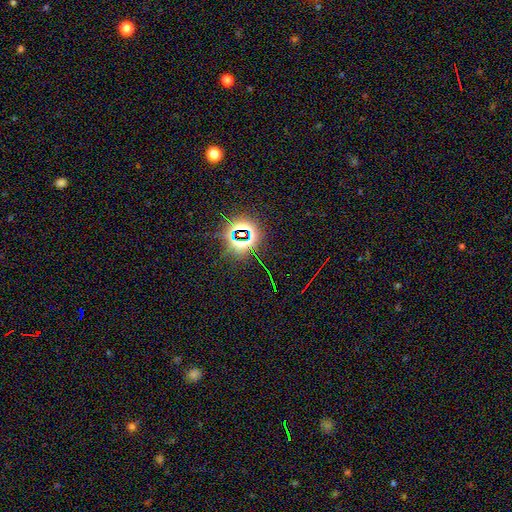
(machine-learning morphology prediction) The model was most divided on "smooth or featured": star or artifact: 81%, smooth: 10%, featured or disk: 8%.